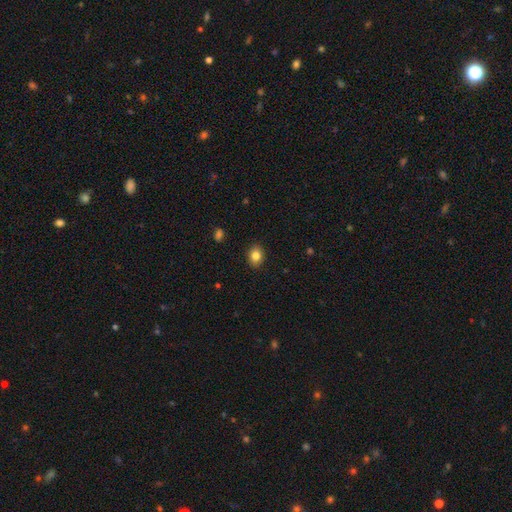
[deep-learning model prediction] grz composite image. It shows a smooth galaxy with no disk features (84%) that is in between round and cigar-shaped (52%). Merging: none (89%).